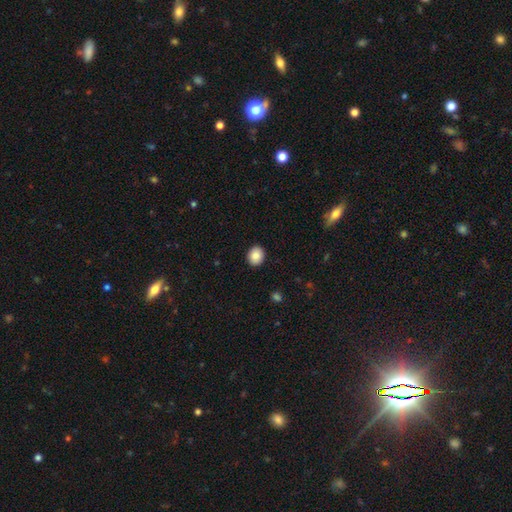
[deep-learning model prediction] Overall: smooth (87%). How rounded: round (65%; in between 34%). Merging: none (91%).